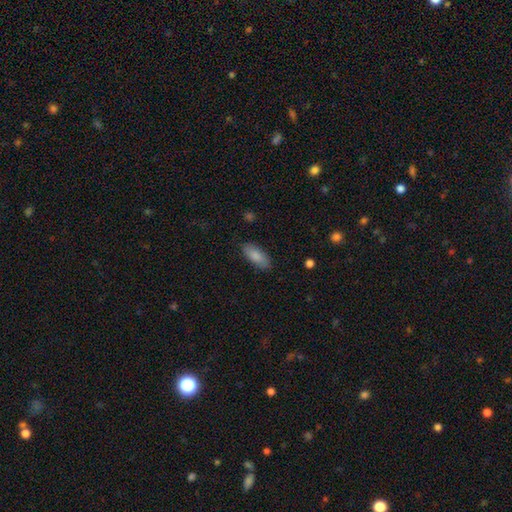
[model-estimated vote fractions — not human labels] Overall: smooth (86%). How rounded: in between (83%). Merging: none (84%).